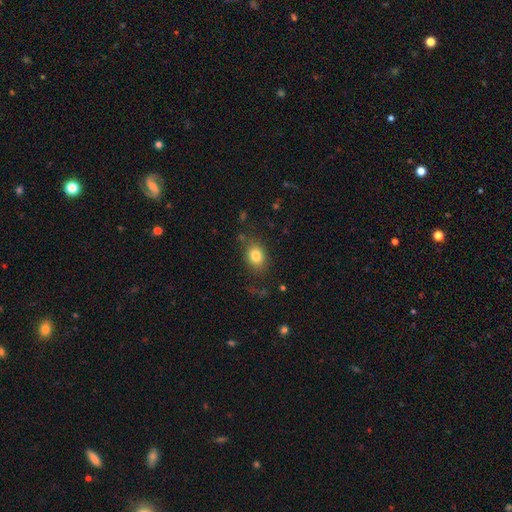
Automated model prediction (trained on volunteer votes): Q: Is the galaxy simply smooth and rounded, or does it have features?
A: smooth — 82%.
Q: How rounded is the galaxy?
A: in between — 61%.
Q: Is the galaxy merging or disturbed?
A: none — 77%.